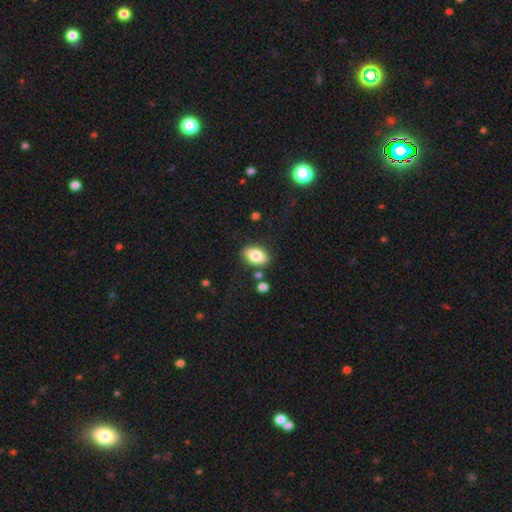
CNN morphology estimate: This is clearly a smooth galaxy (83%). How rounded: clearly in between (88%). Merging: clearly none (82%).